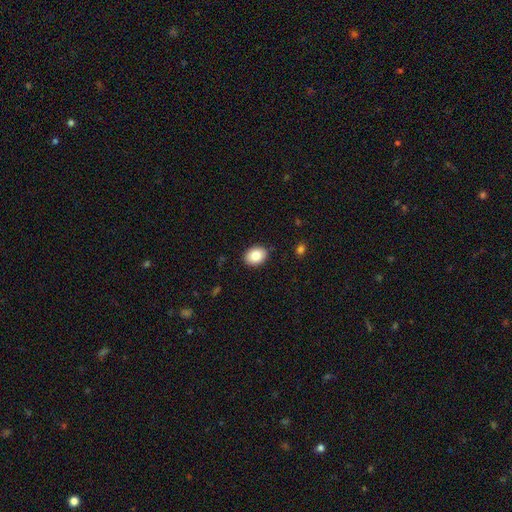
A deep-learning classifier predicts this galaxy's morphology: Smooth or featured? Predicted: smooth (p=0.84). How rounded? Predicted: in between (p=0.63). Merging? Predicted: none (p=0.87).